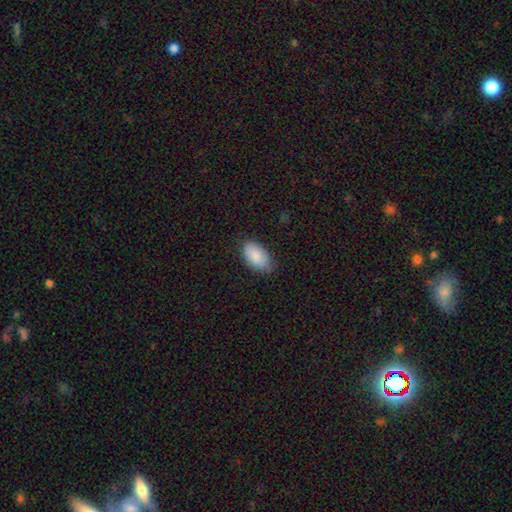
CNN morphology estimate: smooth 87%, featured or disk 7%, star or artifact 6%. Down the decision tree: how rounded — in between (95%); merging — none (80%).